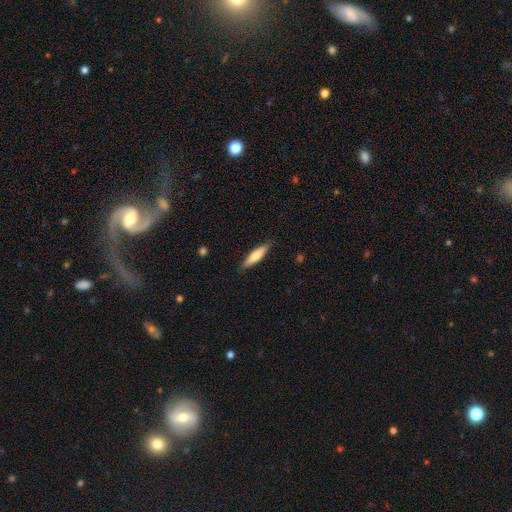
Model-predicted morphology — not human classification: Smooth or featured: smooth — 67% (featured or disk — 28%)
How rounded: cigar-shaped — 76% (in between — 23%)
Merging: none — 87% (minor disturbance — 10%)